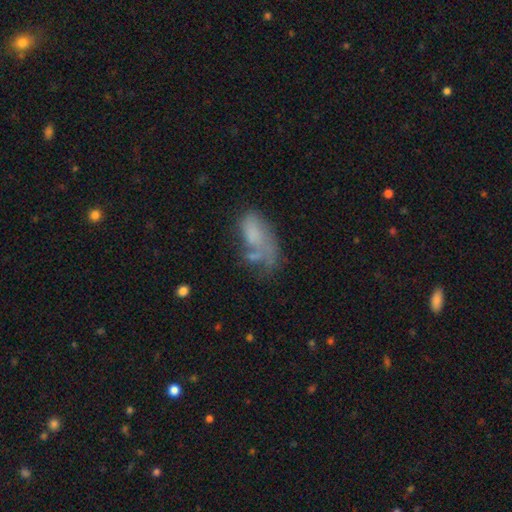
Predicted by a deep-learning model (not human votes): Overall: smooth (57%; featured or disk 32%). How rounded: in between (89%). Merging: major disturbance (34%; none 29%).